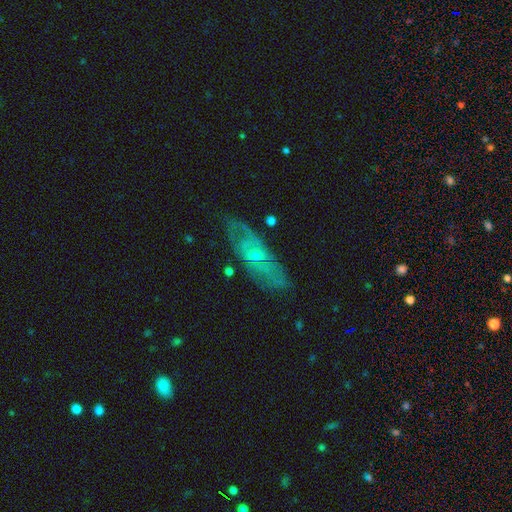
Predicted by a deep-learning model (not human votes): A featured or disk galaxy (66%) with no bar (67%), spiral arms (56%) and a small central bulge (54%). Merging: none (69%).